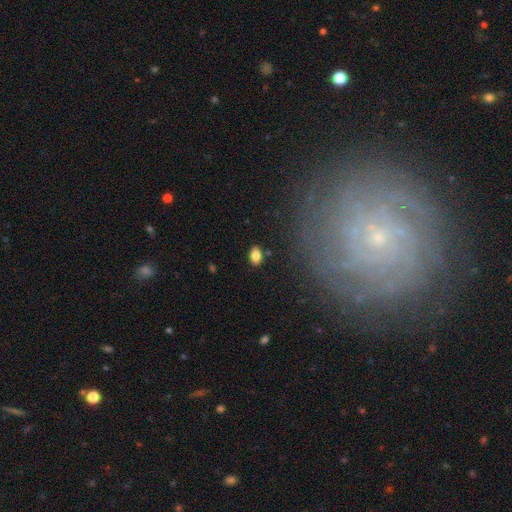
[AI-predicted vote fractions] Smooth or featured?
  - smooth: 84% *
  - star or artifact: 9%
  - featured or disk: 7%
How rounded?
  - in between: 90% *
  - round: 8%
  - cigar-shaped: 2%
Merging?
  - none: 85% *
  - minor disturbance: 10%
  - major disturbance: 3%
  - merger: 2%